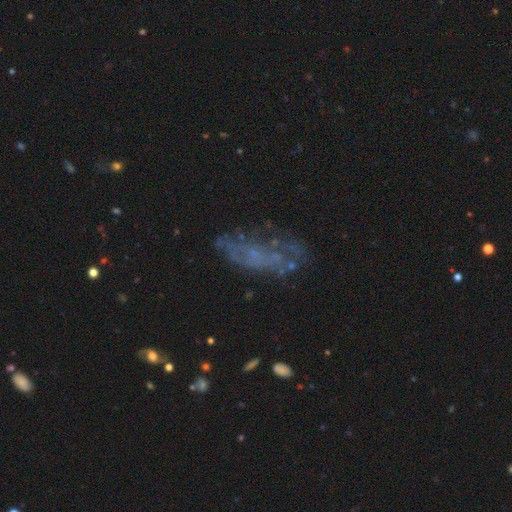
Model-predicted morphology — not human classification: Smooth or featured?
  - featured or disk: 50% *
  - smooth: 28%
  - star or artifact: 21%
Edge-on disk?
  - no: 89% *
  - yes: 11%
Merging?
  - none: 57% *
  - minor disturbance: 20%
  - major disturbance: 19%
  - merger: 4%